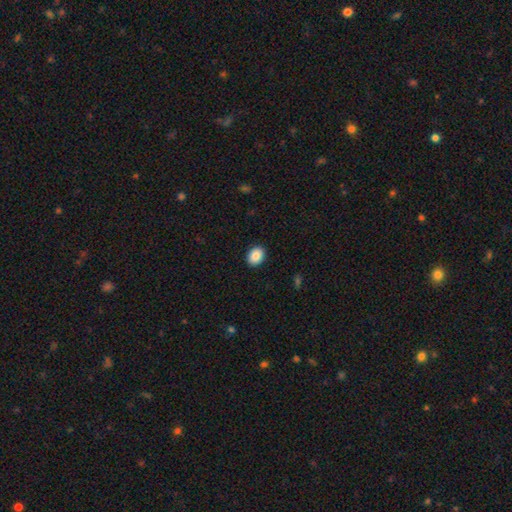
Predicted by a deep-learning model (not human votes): A smooth galaxy with no disk features (87%) that is in between round and cigar-shaped (62%). Merging: none (91%).